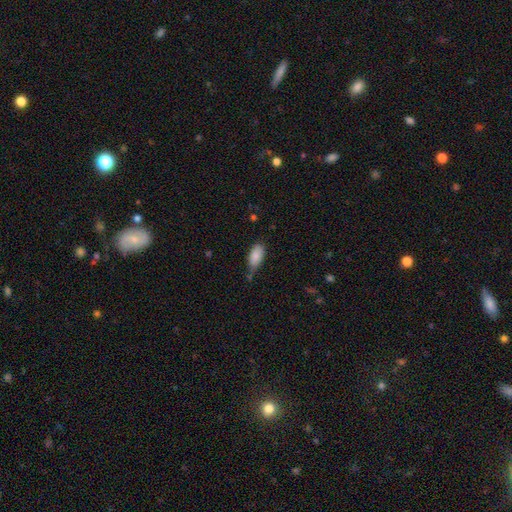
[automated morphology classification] A smooth galaxy with no disk features (85%) that is in between round and cigar-shaped (91%).

Vote fractions:
- Smooth or featured? smooth: 85% / featured or disk: 7% / star or artifact: 7%
- How rounded? in between: 91% / cigar-shaped: 7% / round: 2%
- Merging? none: 51% / minor disturbance: 35% / major disturbance: 7% / merger: 7%